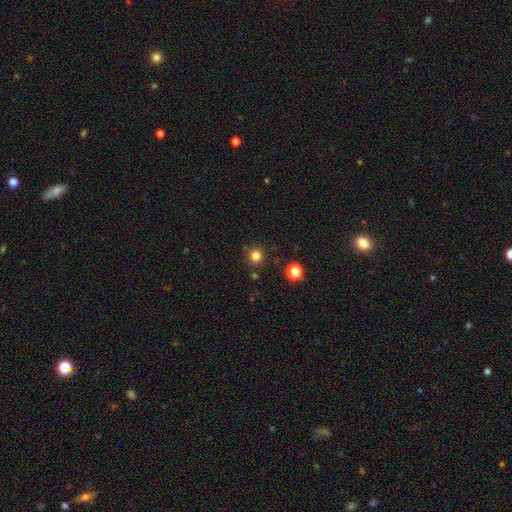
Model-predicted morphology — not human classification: A smooth galaxy with no disk features (81%) that is round (93%). Merging: none (85%).